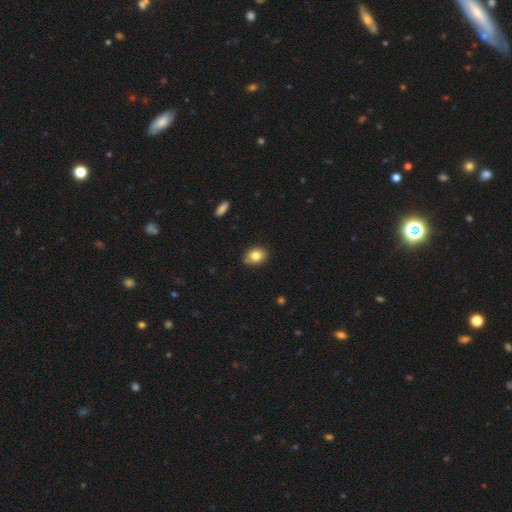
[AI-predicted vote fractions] Smooth or featured? Predicted: smooth (p=0.81). How rounded? Predicted: in between (p=0.52). Merging? Predicted: none (p=0.77).